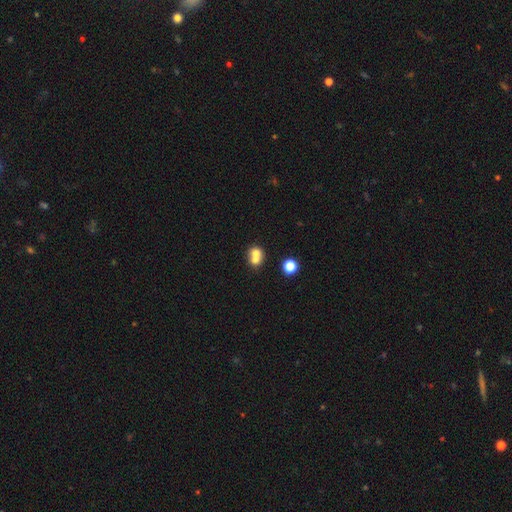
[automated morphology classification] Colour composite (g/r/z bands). It shows a smooth galaxy with no disk features (69%) that is round (73%). Merging: merger (65%).